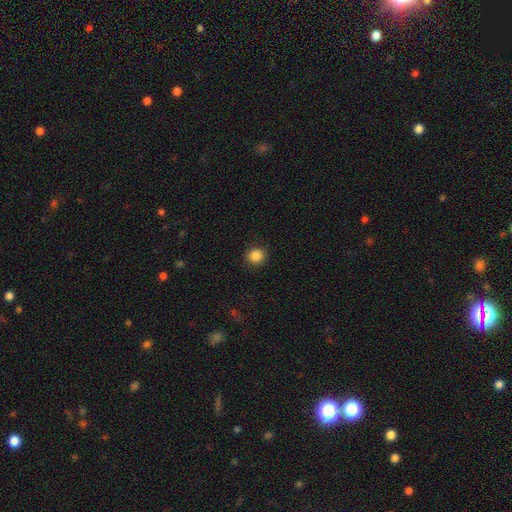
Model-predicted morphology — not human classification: smooth 87%, star or artifact 10%, featured or disk 3%. Down the decision tree: how rounded — round (91%); merging — none (90%).